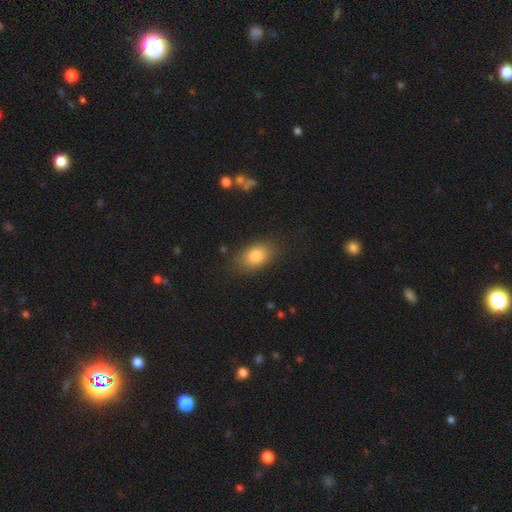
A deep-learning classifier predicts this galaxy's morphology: Smooth or featured?
  - smooth: 82% *
  - featured or disk: 9%
  - star or artifact: 9%
How rounded?
  - in between: 84% *
  - round: 14%
  - cigar-shaped: 2%
Merging?
  - none: 81% *
  - minor disturbance: 13%
  - major disturbance: 4%
  - merger: 2%